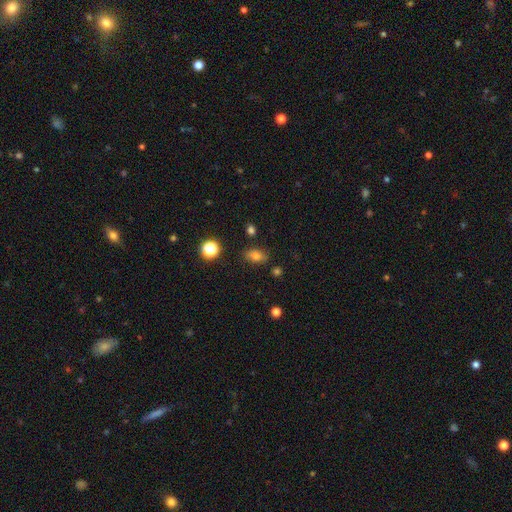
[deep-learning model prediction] This is likely a smooth galaxy (76%). How rounded: likely in between (79%). Merging: clearly none (82%).